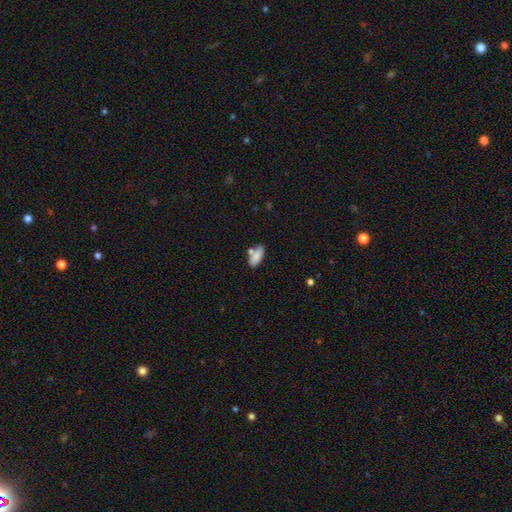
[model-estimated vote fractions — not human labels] Smooth or featured? Predicted: smooth (p=0.84). How rounded? Predicted: in between (p=0.81). Merging? Predicted: none (p=0.64).